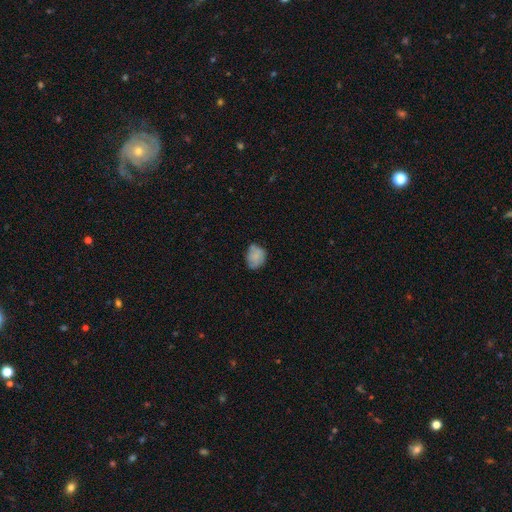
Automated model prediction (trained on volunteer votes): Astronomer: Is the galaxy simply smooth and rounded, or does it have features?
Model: smooth — 75%.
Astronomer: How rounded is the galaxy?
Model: round — 51% (runner-up: in between, 48%).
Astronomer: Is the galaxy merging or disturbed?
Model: none — 57% (runner-up: minor disturbance, 32%).